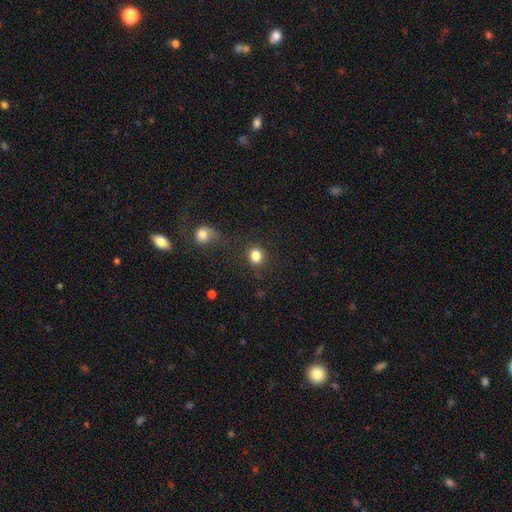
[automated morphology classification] Smooth or featured? Predicted: smooth (p=0.84). How rounded? Predicted: round (p=0.74). Merging? Predicted: none (p=0.81).